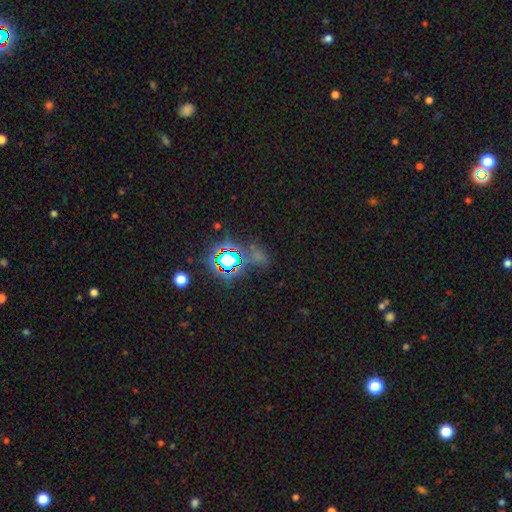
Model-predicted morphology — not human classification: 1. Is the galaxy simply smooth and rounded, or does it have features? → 66% star or artifact, 24% smooth, 9% featured or disk.